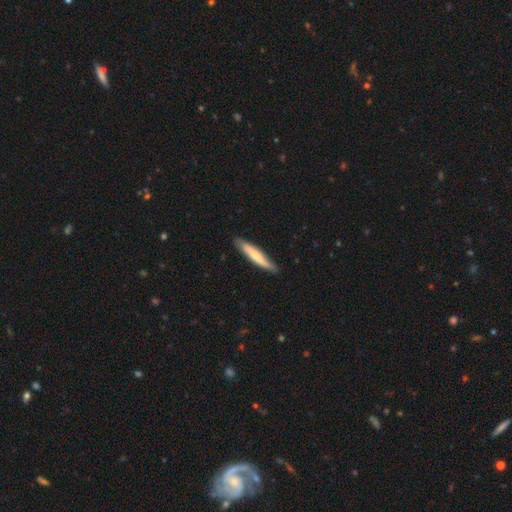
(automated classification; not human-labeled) A smooth galaxy with no disk features (64%) that is cigar-shaped (90%). Merging: none (84%).